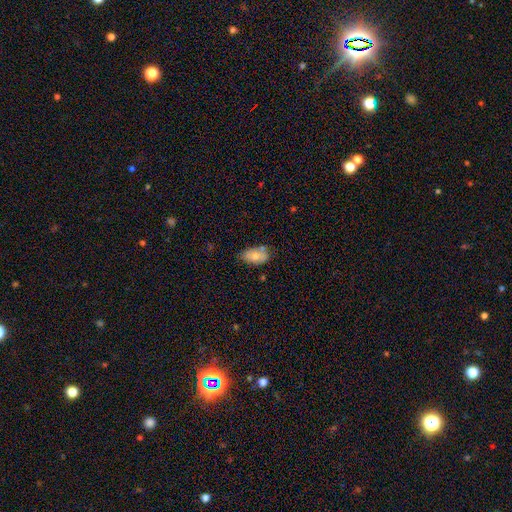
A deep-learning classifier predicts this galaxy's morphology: smooth_or_featured: smooth (p=0.75) [alt: featured or disk p=0.18]
how_rounded: in between (p=0.93) [alt: round p=0.05]
merging: none (p=0.66) [alt: minor disturbance p=0.22]